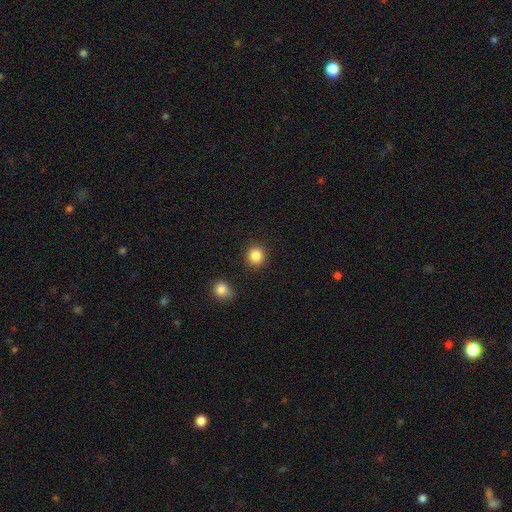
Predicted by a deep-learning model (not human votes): smooth 86%, star or artifact 10%, featured or disk 4%. Down the decision tree: how rounded — round (91%); merging — none (89%).